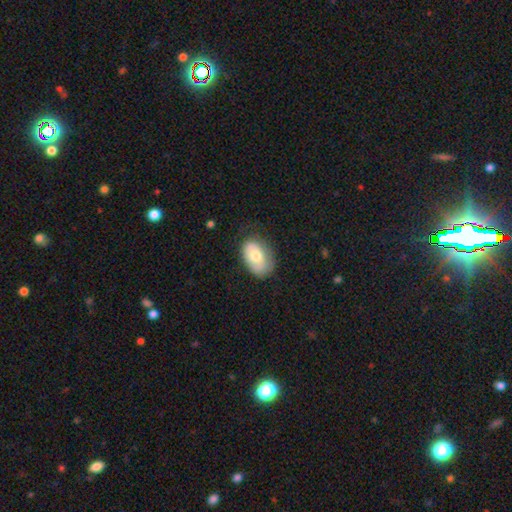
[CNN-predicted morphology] smooth-or-featured: smooth: 66% | featured or disk: 27% | star or artifact: 7%
  how-rounded: in between: 87% | round: 11% | cigar-shaped: 1%
  merging: none: 64% | minor disturbance: 26% | major disturbance: 8% | merger: 2%